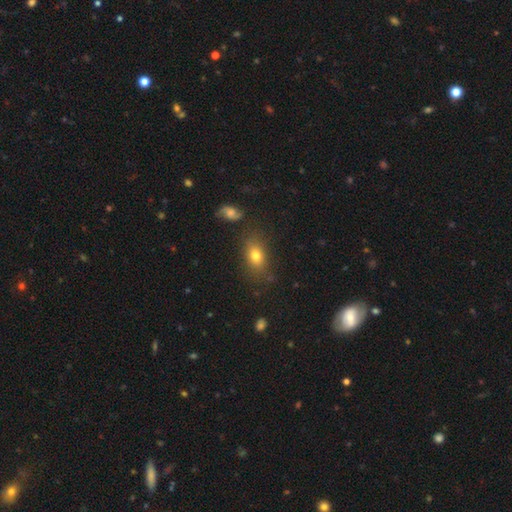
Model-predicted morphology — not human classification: This appears to be a smooth galaxy with no disk features (76%) that is in between round and cigar-shaped (78%). Merging: none (76%).